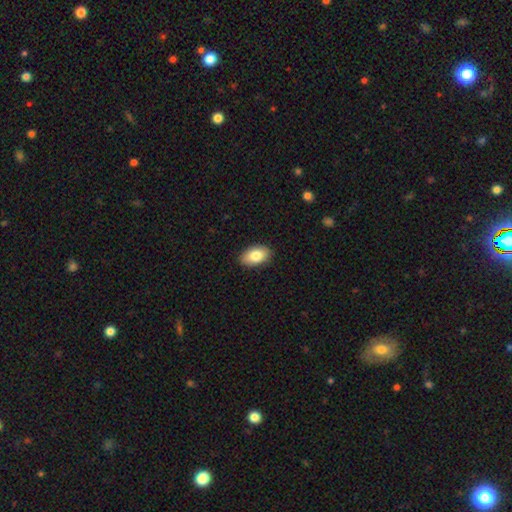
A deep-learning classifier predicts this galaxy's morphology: type=smooth (83%); roundness=in between (93%); merging=none (88%).